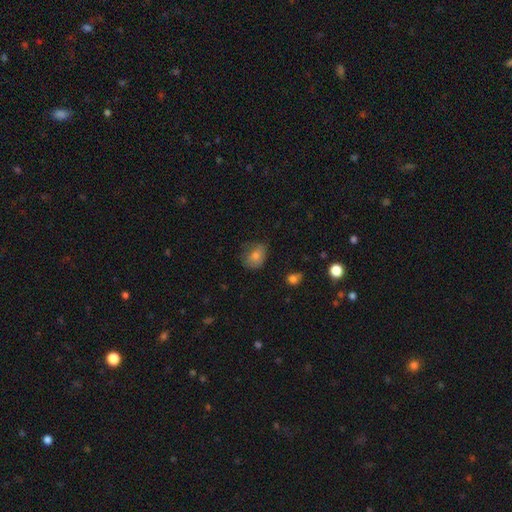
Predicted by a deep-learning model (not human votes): This appears to be a smooth galaxy with no disk features (73%) that is in between round and cigar-shaped (53%). Merging: none (55%).